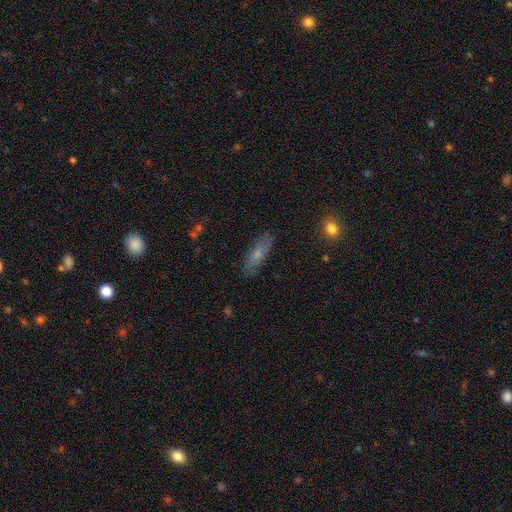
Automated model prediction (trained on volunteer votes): Smooth or featured?
  - smooth: 58% *
  - featured or disk: 32%
  - star or artifact: 10%
How rounded?
  - cigar-shaped: 51% *
  - in between: 46%
  - round: 3%
Merging?
  - none: 84% *
  - minor disturbance: 12%
  - major disturbance: 3%
  - merger: 1%